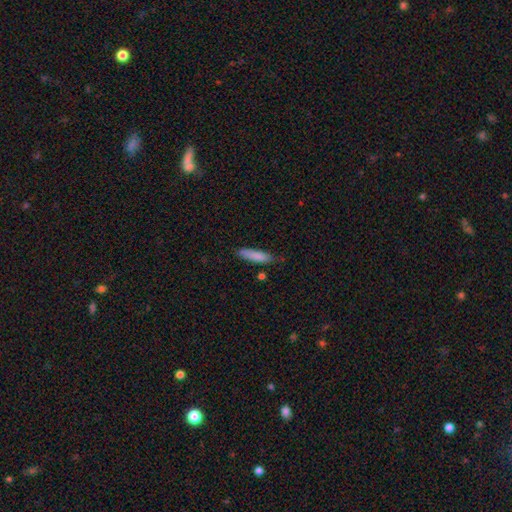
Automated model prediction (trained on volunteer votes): This appears to be a smooth galaxy with no disk features (84%) that is cigar-shaped (77%). Merging: none (76%).